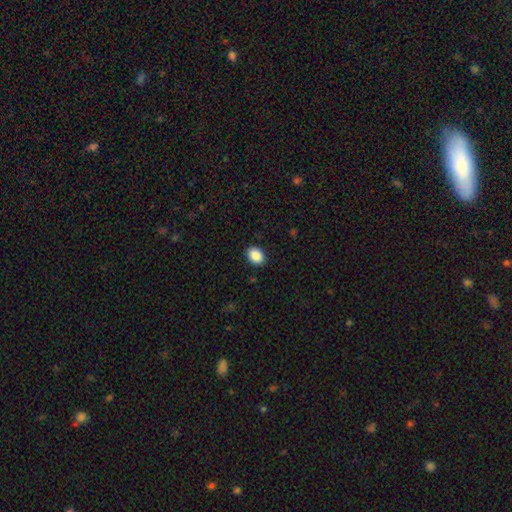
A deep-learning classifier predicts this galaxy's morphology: type=smooth (89%); roundness=in between (76%); merging=none (90%).